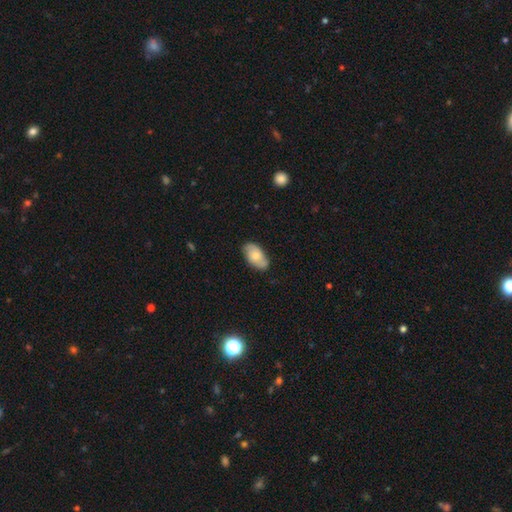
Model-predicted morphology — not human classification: Overall: smooth (60%; featured or disk 33%). How rounded: in between (93%). Merging: none (73%).